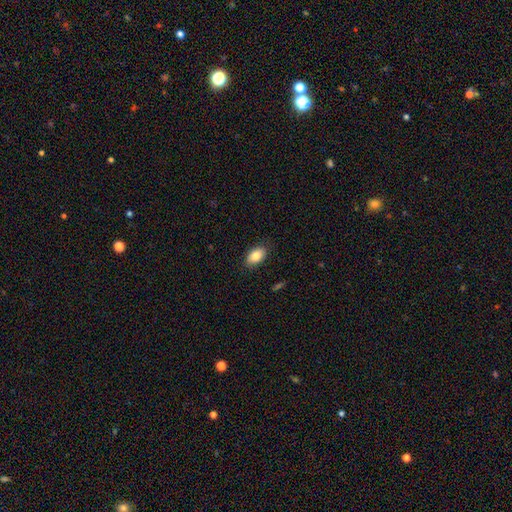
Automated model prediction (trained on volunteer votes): smooth-or-featured: smooth: 84% | featured or disk: 9% | star or artifact: 7%
  how-rounded: in between: 91% | round: 7% | cigar-shaped: 2%
  merging: none: 85% | minor disturbance: 11% | major disturbance: 2% | merger: 1%